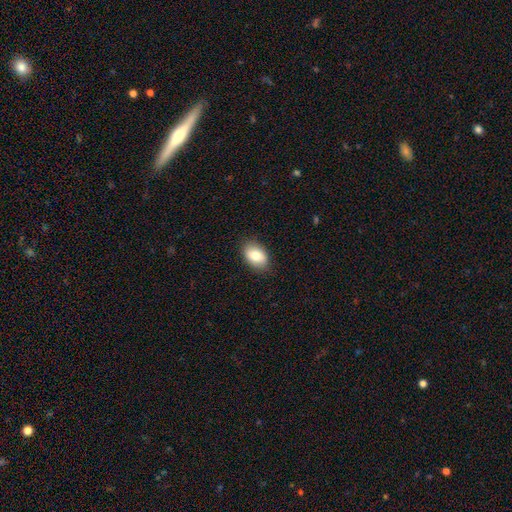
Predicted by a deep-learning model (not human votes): smooth_or_featured: smooth (p=0.83) [alt: featured or disk p=0.10]
how_rounded: in between (p=0.89) [alt: round p=0.09]
merging: none (p=0.85) [alt: minor disturbance p=0.12]